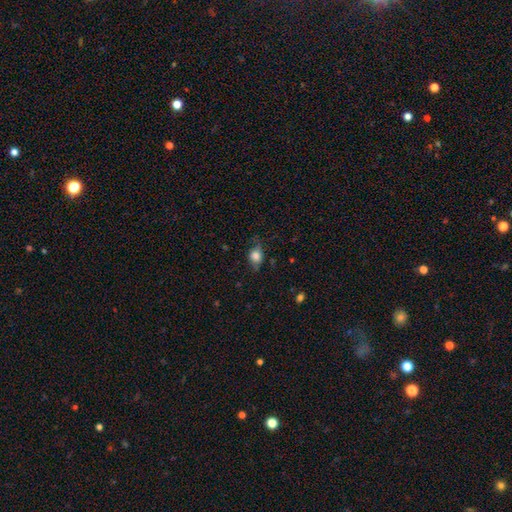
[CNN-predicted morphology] Q: Smooth or featured?
A: smooth (76%); runner-up: featured or disk (14%)
Q: How rounded?
A: in between (51%); runner-up: round (46%)
Q: Merging?
A: none (63%); runner-up: minor disturbance (27%)